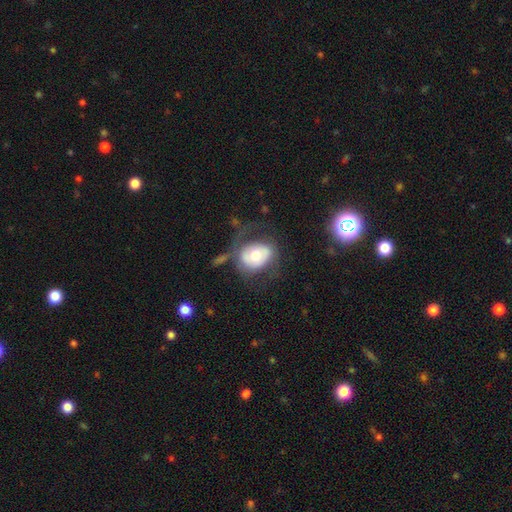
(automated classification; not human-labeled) Smooth or featured?
  - smooth: 50% *
  - featured or disk: 43%
  - star or artifact: 7%
How rounded?
  - in between: 51% *
  - round: 48%
  - cigar-shaped: 1%
Merging?
  - none: 44% *
  - major disturbance: 27%
  - minor disturbance: 21%
  - merger: 8%